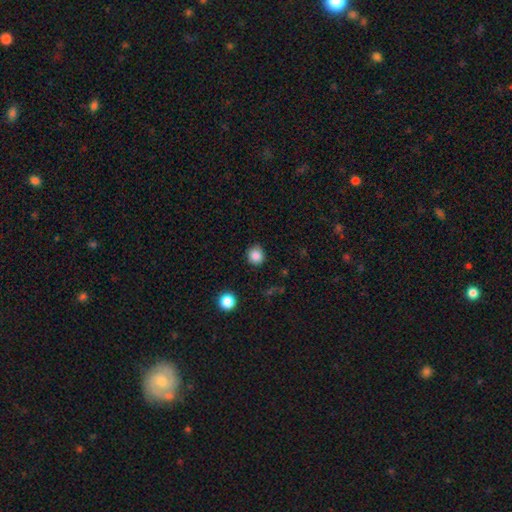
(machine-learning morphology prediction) smooth-or-featured: smooth: 84% | star or artifact: 11% | featured or disk: 5%
  how-rounded: round: 88% | in between: 11% | cigar-shaped: 1%
  merging: none: 86% | minor disturbance: 11% | major disturbance: 3% | merger: 1%